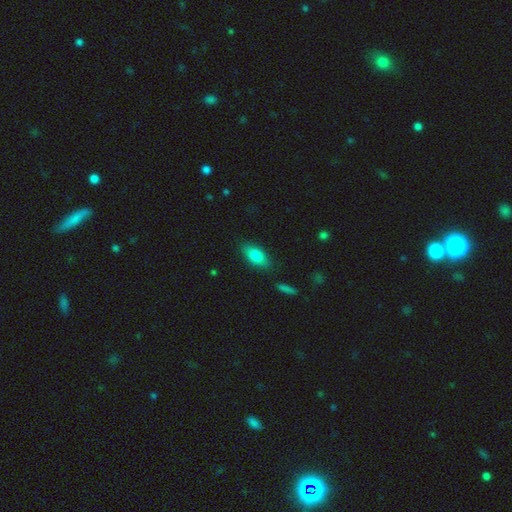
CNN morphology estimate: Smooth or featured?
  - smooth: 79% *
  - featured or disk: 13%
  - star or artifact: 7%
How rounded?
  - in between: 84% *
  - cigar-shaped: 12%
  - round: 4%
Merging?
  - none: 83% *
  - minor disturbance: 12%
  - major disturbance: 3%
  - merger: 2%